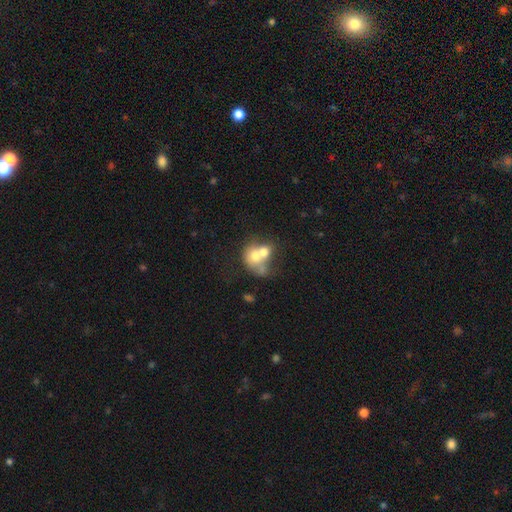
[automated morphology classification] Smooth or featured? smooth (60%)
How rounded? round (58%)
Merging? merger (69%)